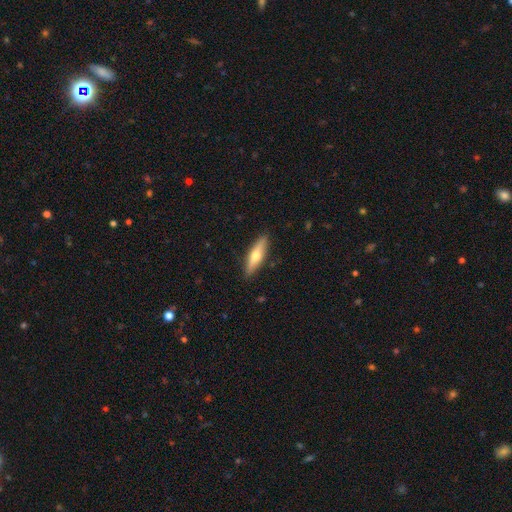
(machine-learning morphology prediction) This is possibly a smooth galaxy (51%). How rounded: likely cigar-shaped (68%). Merging: clearly none (89%).